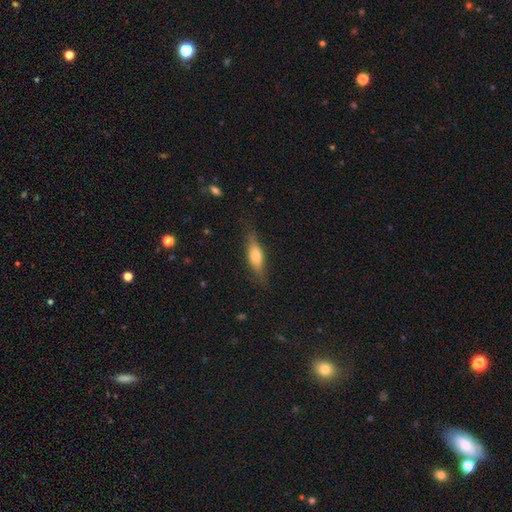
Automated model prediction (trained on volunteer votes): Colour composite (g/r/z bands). It shows a smooth galaxy with no disk features (59%) that is in between round and cigar-shaped (50%). Merging: none (77%).